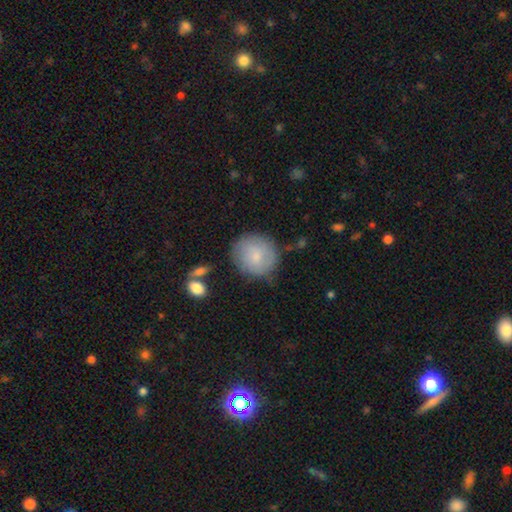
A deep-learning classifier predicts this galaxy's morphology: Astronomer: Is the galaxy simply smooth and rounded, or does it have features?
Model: smooth — 77%.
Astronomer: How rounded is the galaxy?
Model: round — 90%.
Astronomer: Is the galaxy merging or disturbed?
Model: none — 77%.